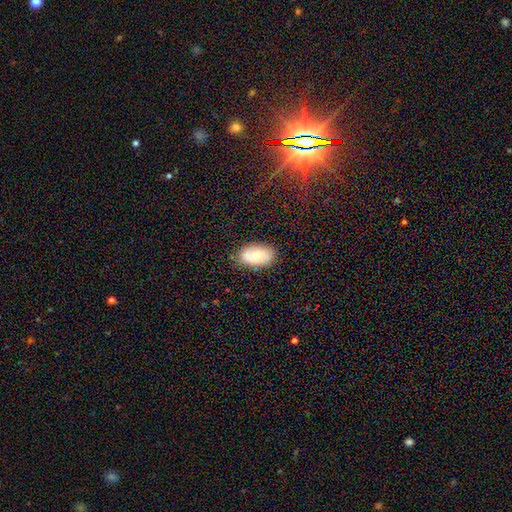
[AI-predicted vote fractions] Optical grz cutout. It shows a smooth galaxy with no disk features (57%) that is in between round and cigar-shaped (92%). Merging: none (81%).